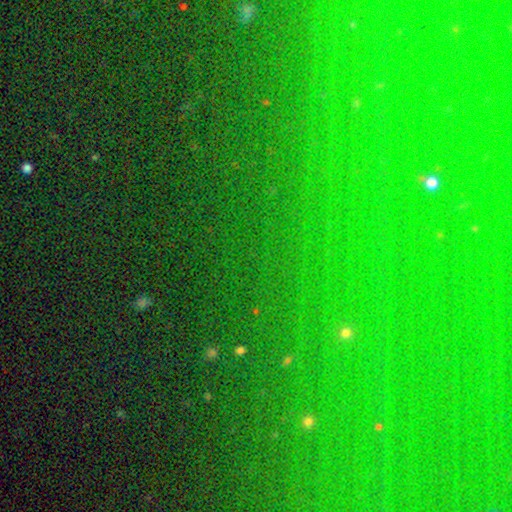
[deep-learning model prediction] Smooth or featured: star or artifact — 80% (smooth — 12%)